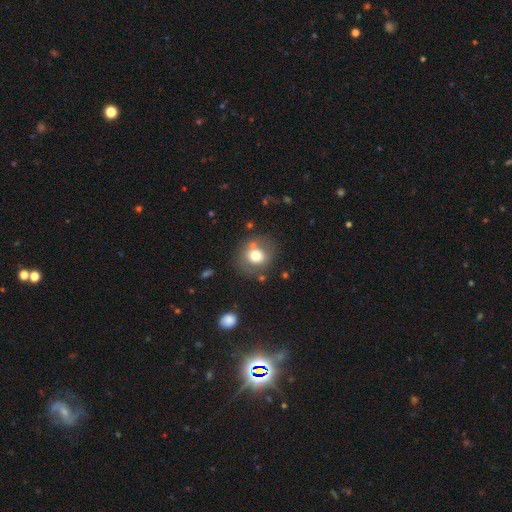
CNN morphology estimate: smooth-or-featured: smooth: 69% | featured or disk: 20% | star or artifact: 10%
  how-rounded: round: 76% | in between: 23% | cigar-shaped: 1%
  merging: none: 71% | minor disturbance: 15% | merger: 7% | major disturbance: 7%